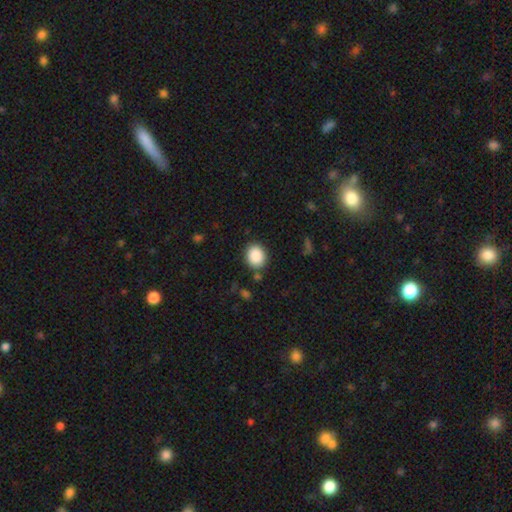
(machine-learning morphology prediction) A smooth galaxy with no disk features (88%) that is round (55%).

Vote fractions:
- Smooth or featured? smooth: 88% / star or artifact: 8% / featured or disk: 4%
- How rounded? round: 55% / in between: 44% / cigar-shaped: 1%
- Merging? none: 85% / minor disturbance: 9% / major disturbance: 3% / merger: 3%